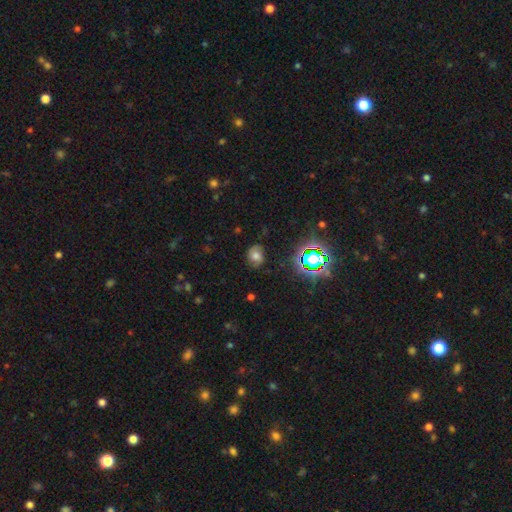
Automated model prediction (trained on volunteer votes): The model was most divided on "how rounded": round: 51%, in between: 47%, cigar-shaped: 1%. More confident: merging — none (71%); smooth or featured — smooth (55%).